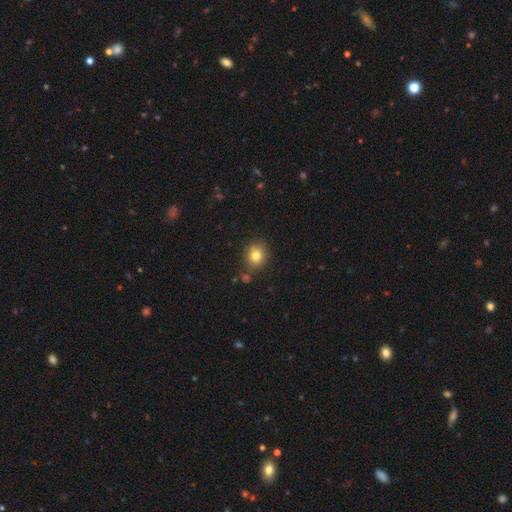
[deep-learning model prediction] This is likely a smooth galaxy (79%). How rounded: likely round (76%). Merging: clearly none (81%).